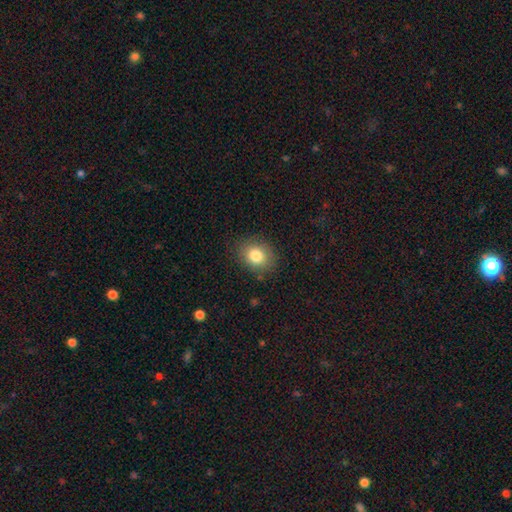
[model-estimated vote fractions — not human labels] Smooth or featured? Predicted: smooth (p=0.83). How rounded? Predicted: round (p=0.55). Merging? Predicted: none (p=0.84).